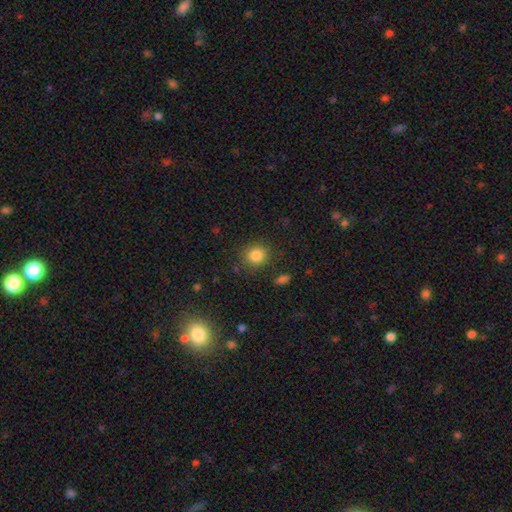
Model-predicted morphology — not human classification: Smooth or featured? Predicted: smooth (p=0.85). How rounded? Predicted: round (p=0.80). Merging? Predicted: none (p=0.84).